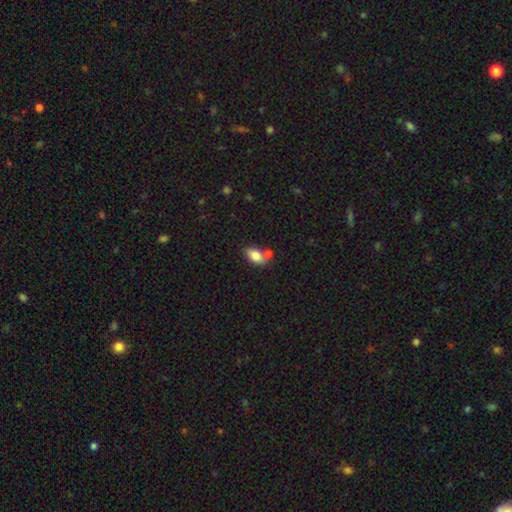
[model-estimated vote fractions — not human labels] Morphology: type=smooth (82%); roundness=in between (89%); merging=none (54%).